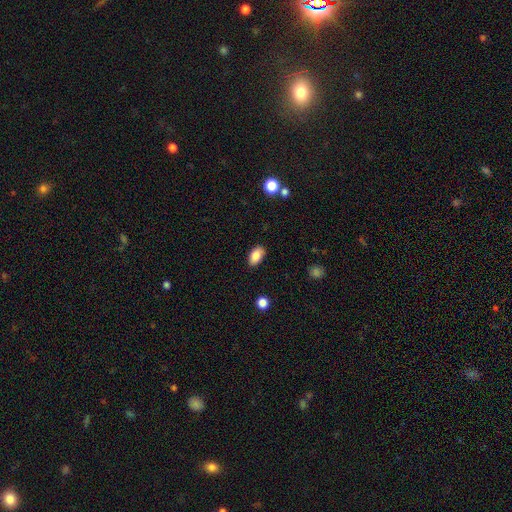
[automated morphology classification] smooth-or-featured: smooth: 85% | featured or disk: 8% | star or artifact: 8%
  how-rounded: in between: 92% | round: 6% | cigar-shaped: 2%
  merging: none: 85% | minor disturbance: 11% | major disturbance: 2% | merger: 1%